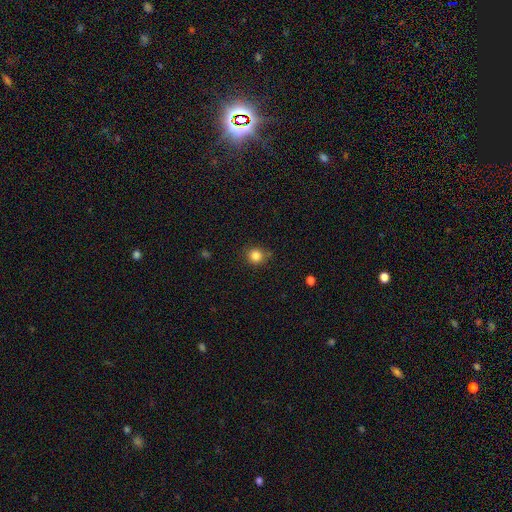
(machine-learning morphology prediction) smooth 84%, star or artifact 12%, featured or disk 4%. Down the decision tree: how rounded — round (90%); merging — none (82%).